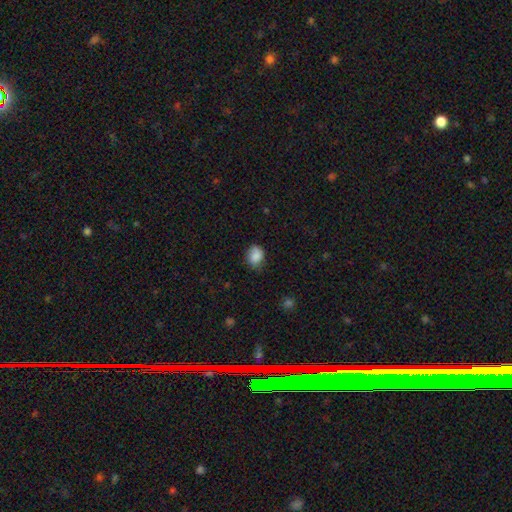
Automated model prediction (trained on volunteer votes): smooth_or_featured: smooth (p=0.85) [alt: star or artifact p=0.09]
how_rounded: round (p=0.50) [alt: in between p=0.49]
merging: none (p=0.68) [alt: minor disturbance p=0.26]